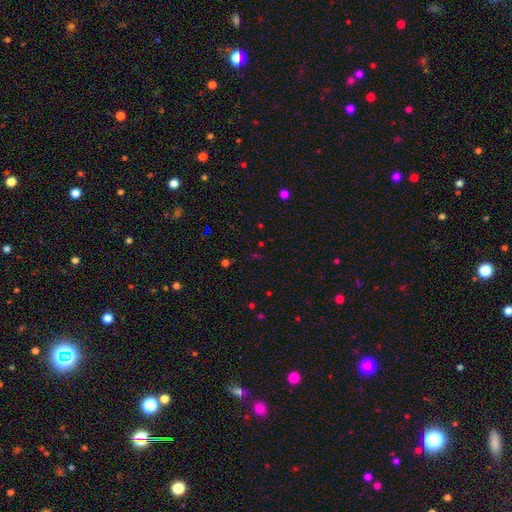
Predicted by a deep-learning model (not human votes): Smooth or featured? star or artifact (63%)